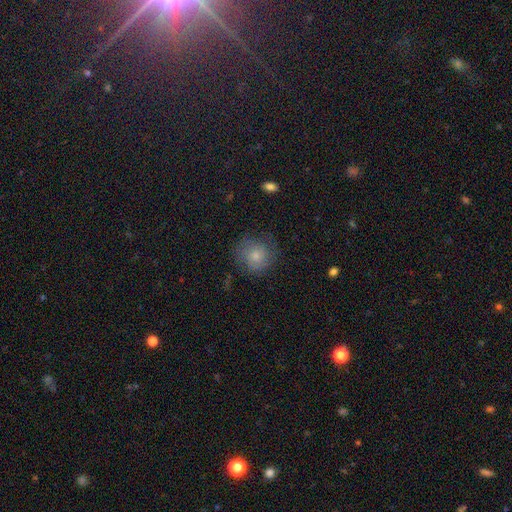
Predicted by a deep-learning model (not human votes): smooth 71%, featured or disk 21%, star or artifact 9%. Down the decision tree: how rounded — round (88%); merging — none (71%).